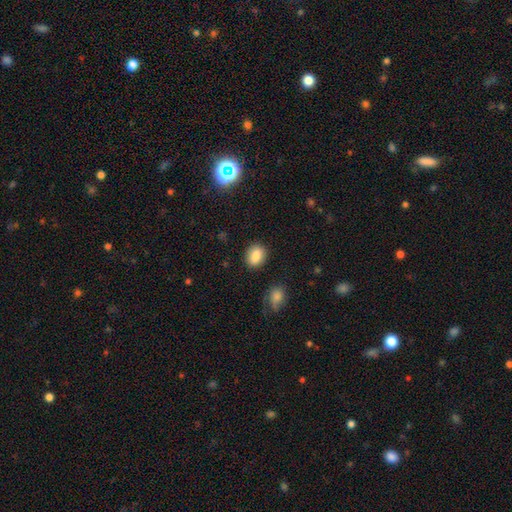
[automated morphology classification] The model was most divided on "how rounded": in between: 60%, round: 39%, cigar-shaped: 2%. More confident: merging — none (86%); smooth or featured — smooth (84%).